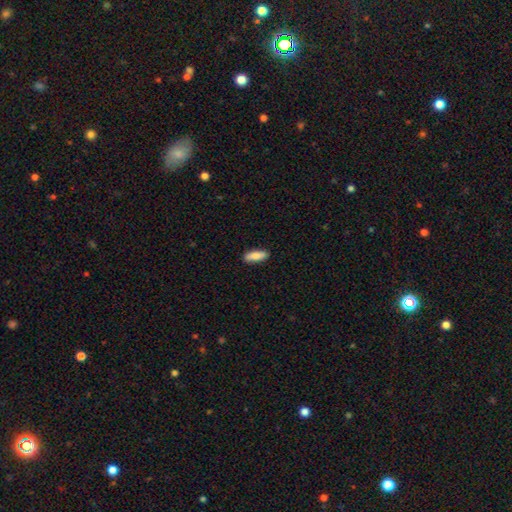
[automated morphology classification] The model was most divided on "how rounded": in between: 66%, cigar-shaped: 32%, round: 2%. More confident: merging — none (88%); smooth or featured — smooth (84%).